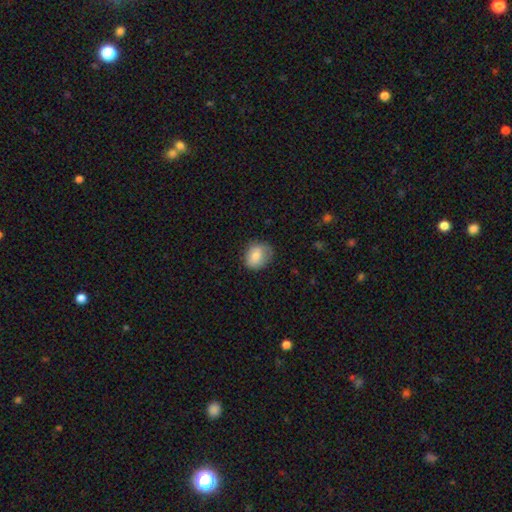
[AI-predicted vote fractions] smooth_or_featured: smooth (p=0.78) [alt: featured or disk p=0.14]
how_rounded: round (p=0.56) [alt: in between p=0.43]
merging: none (p=0.72) [alt: minor disturbance p=0.22]